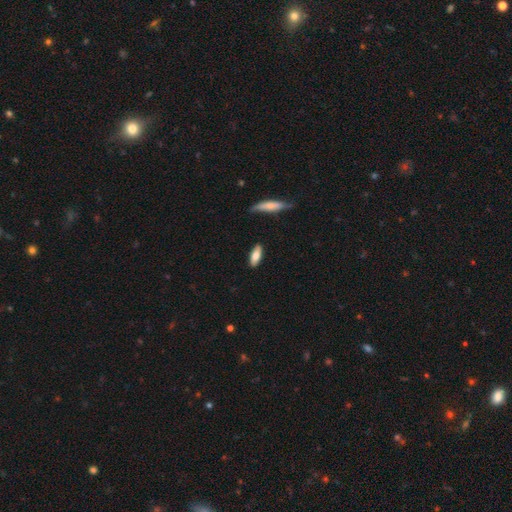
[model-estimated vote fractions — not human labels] This is likely a smooth galaxy (77%). How rounded: likely in between (69%). Merging: clearly none (84%).